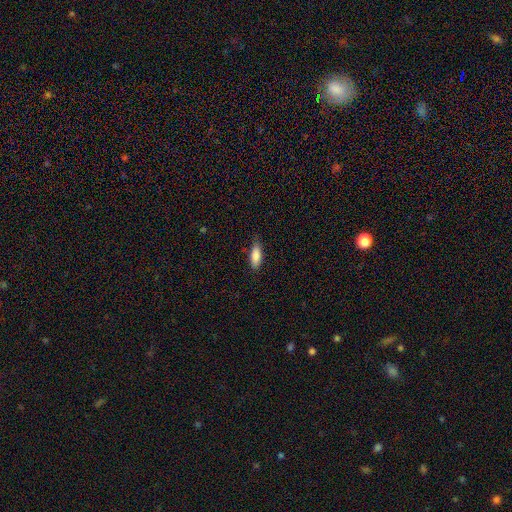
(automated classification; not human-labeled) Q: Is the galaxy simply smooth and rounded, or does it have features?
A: smooth — 86%.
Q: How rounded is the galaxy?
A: in between — 69%.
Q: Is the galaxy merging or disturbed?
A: none — 76%.